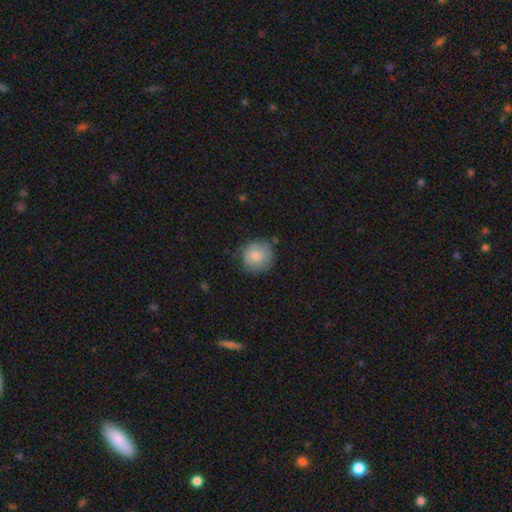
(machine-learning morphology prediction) Smooth or featured: smooth — 77% (featured or disk — 16%)
How rounded: round — 90% (in between — 9%)
Merging: none — 74% (minor disturbance — 20%)